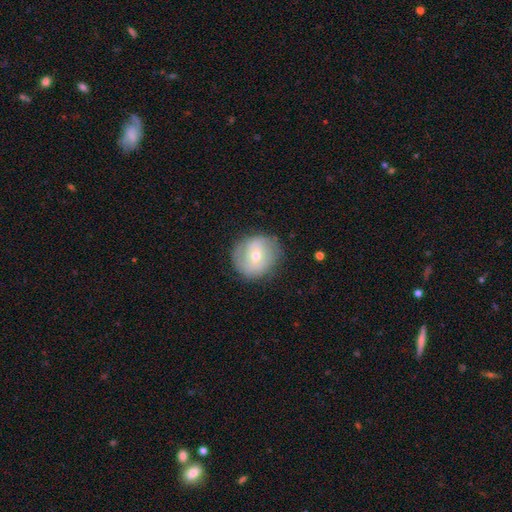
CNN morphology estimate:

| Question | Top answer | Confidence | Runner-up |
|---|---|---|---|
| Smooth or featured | featured or disk | 56% | smooth (37%) |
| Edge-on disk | no | 96% | yes (4%) |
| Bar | no | 46% | weak (41%) |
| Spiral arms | yes | 74% | no (26%) |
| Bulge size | moderate | 54% | small (42%) |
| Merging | none | 80% | minor disturbance (14%) |